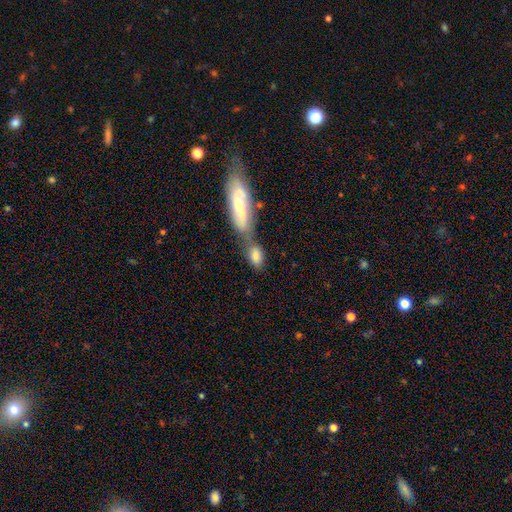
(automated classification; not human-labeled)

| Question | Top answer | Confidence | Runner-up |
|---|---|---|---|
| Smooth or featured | smooth | 78% | featured or disk (14%) |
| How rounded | in between | 81% | cigar-shaped (12%) |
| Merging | merger | 45% | none (39%) |